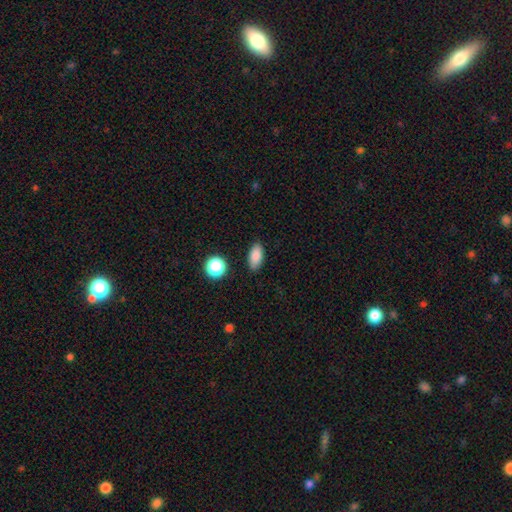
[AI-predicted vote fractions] A smooth galaxy with no disk features (86%) that is in between round and cigar-shaped (87%).

Vote fractions:
- Smooth or featured? smooth: 86% / star or artifact: 9% / featured or disk: 5%
- How rounded? in between: 87% / cigar-shaped: 7% / round: 6%
- Merging? none: 86% / minor disturbance: 10% / major disturbance: 2% / merger: 2%